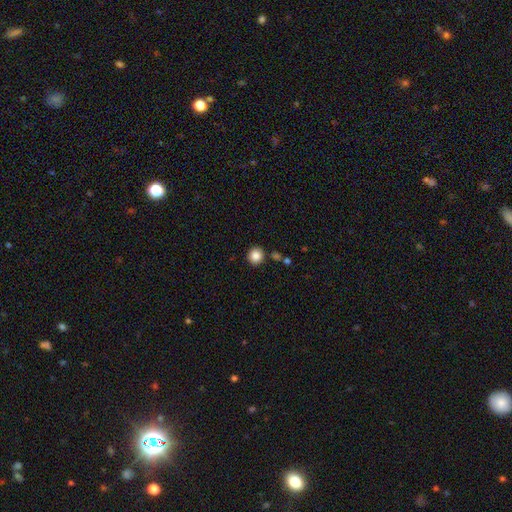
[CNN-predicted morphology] Smooth or featured?
  - smooth: 87% *
  - star or artifact: 10%
  - featured or disk: 4%
How rounded?
  - round: 92% *
  - in between: 7%
  - cigar-shaped: 1%
Merging?
  - none: 87% *
  - minor disturbance: 7%
  - merger: 4%
  - major disturbance: 2%